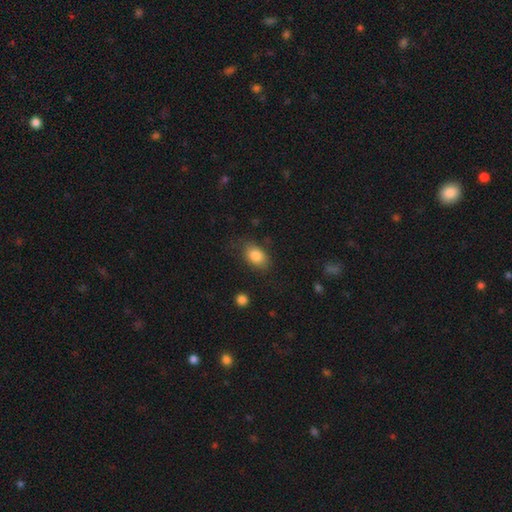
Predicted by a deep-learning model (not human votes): smooth 83%, featured or disk 9%, star or artifact 8%. Down the decision tree: how rounded — in between (82%); merging — none (75%).